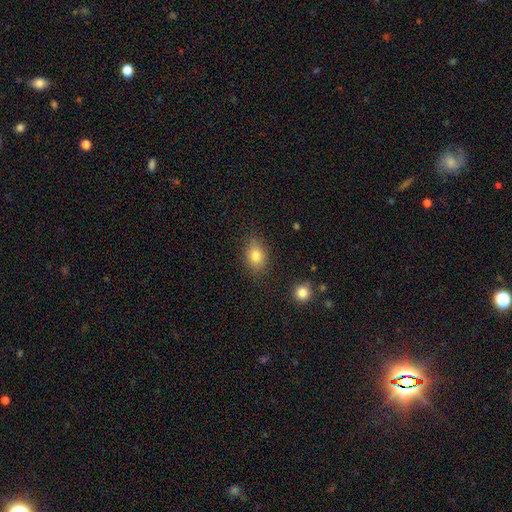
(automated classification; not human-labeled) The model was most divided on "how rounded": in between: 65%, round: 34%, cigar-shaped: 1%. More confident: merging — none (82%); smooth or featured — smooth (81%).